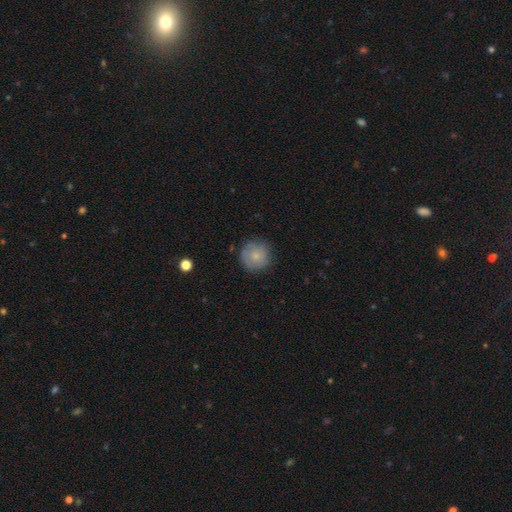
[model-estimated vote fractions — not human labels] A smooth galaxy with no disk features (73%) that is round (94%).

Vote fractions:
- Smooth or featured? smooth: 73% / featured or disk: 19% / star or artifact: 8%
- How rounded? round: 94% / in between: 5% / cigar-shaped: 1%
- Merging? none: 79% / minor disturbance: 16% / major disturbance: 4% / merger: 1%